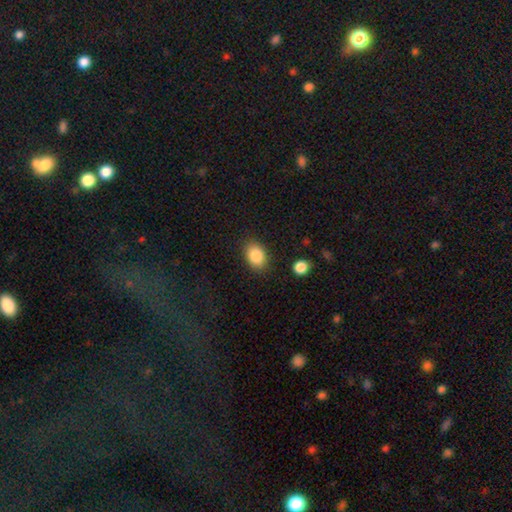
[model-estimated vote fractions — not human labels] A smooth galaxy with no disk features (87%) that is in between round and cigar-shaped (79%).

Vote fractions:
- Smooth or featured? smooth: 87% / star or artifact: 8% / featured or disk: 6%
- How rounded? in between: 79% / round: 20% / cigar-shaped: 1%
- Merging? none: 85% / minor disturbance: 10% / major disturbance: 3% / merger: 2%